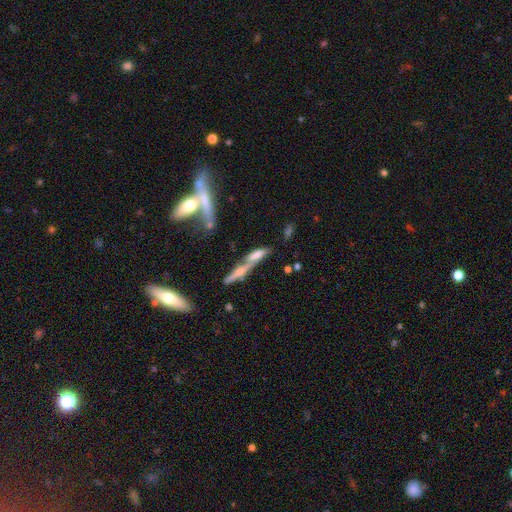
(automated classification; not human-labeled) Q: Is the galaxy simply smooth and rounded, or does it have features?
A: featured or disk — 45%.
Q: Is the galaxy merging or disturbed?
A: merger — 46%.